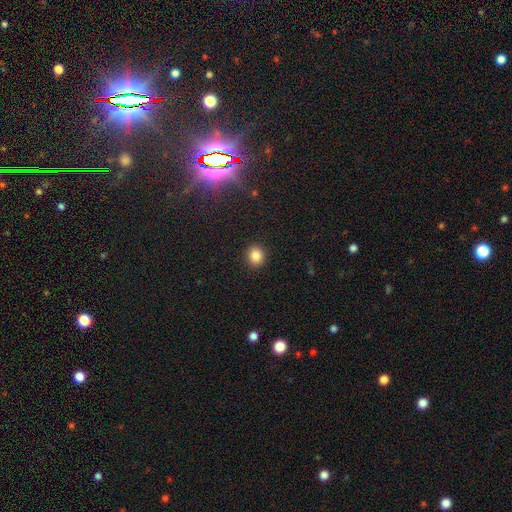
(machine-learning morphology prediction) Q: Smooth or featured?
A: smooth (85%); runner-up: star or artifact (11%)
Q: How rounded?
A: round (81%); runner-up: in between (18%)
Q: Merging?
A: none (91%); runner-up: minor disturbance (6%)